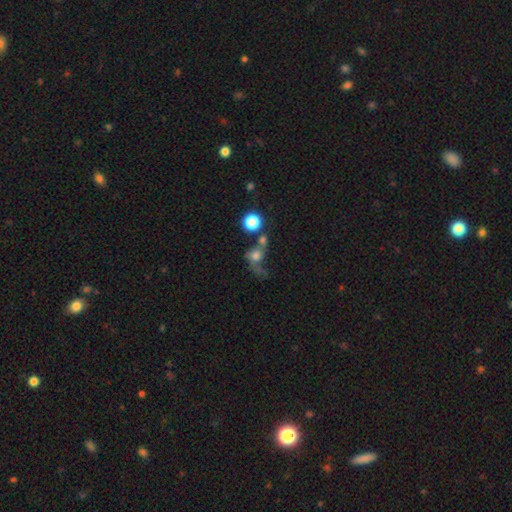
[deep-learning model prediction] Smooth or featured? smooth (61%)
How rounded? round (69%)
Merging? merger (33%)